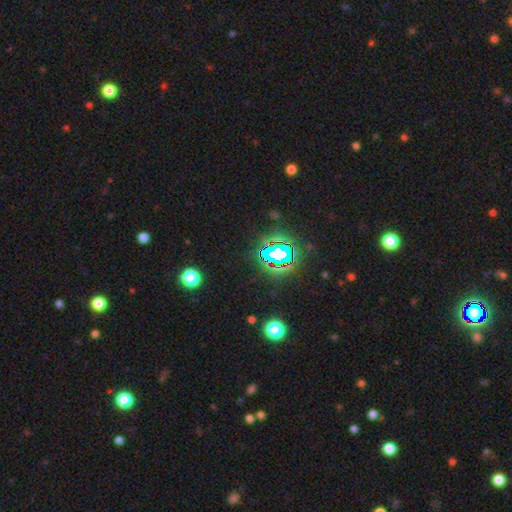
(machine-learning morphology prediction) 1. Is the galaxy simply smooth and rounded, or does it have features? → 81% star or artifact, 12% smooth, 7% featured or disk.